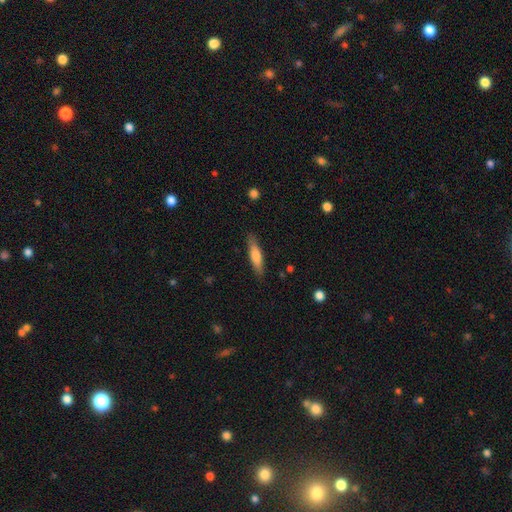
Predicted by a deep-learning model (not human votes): The model was most divided on "smooth or featured": smooth: 70%, featured or disk: 24%, star or artifact: 6%. More confident: merging — none (85%); how rounded — cigar-shaped (77%).